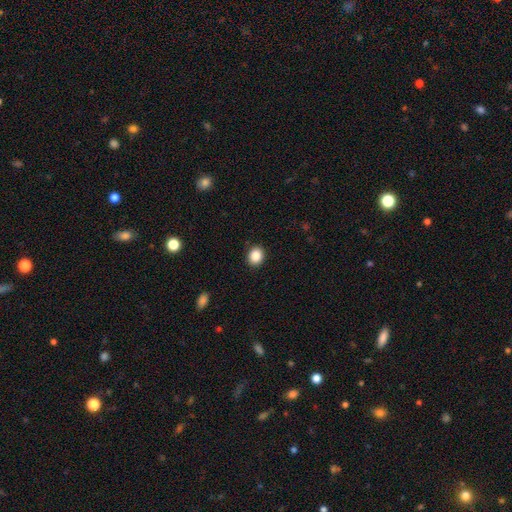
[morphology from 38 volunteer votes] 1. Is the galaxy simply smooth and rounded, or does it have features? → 87% smooth, 8% featured or disk, 5% star or artifact.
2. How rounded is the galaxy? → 67% round, 33% in between, 0% cigar-shaped.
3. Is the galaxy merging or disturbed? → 86% none, 11% minor disturbance, 3% major disturbance, 0% merger.